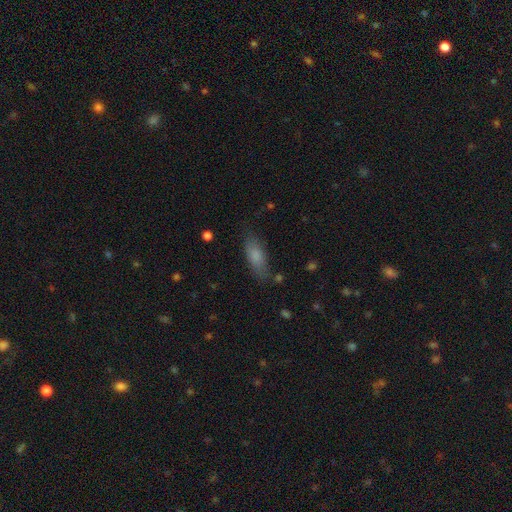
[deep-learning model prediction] This is likely a smooth galaxy (79%). How rounded: likely in between (66%). Merging: likely none (76%).